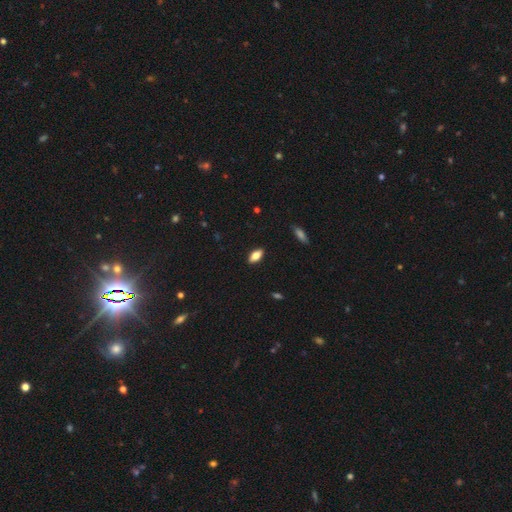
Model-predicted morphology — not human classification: Smooth or featured?
  - smooth: 76% *
  - featured or disk: 16%
  - star or artifact: 8%
How rounded?
  - in between: 86% *
  - cigar-shaped: 10%
  - round: 3%
Merging?
  - none: 89% *
  - minor disturbance: 8%
  - major disturbance: 2%
  - merger: 1%